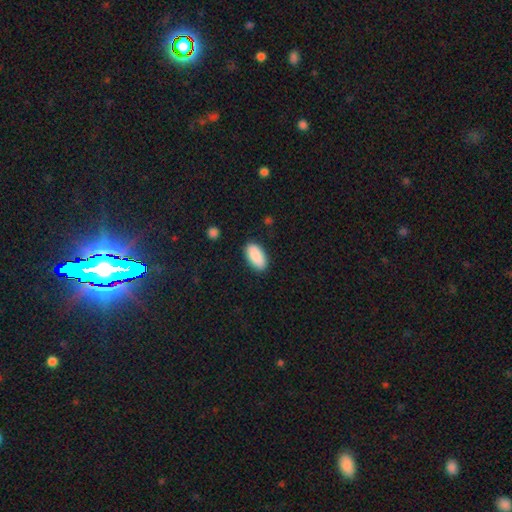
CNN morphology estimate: smooth 90%, star or artifact 6%, featured or disk 3%. Down the decision tree: how rounded — in between (93%); merging — none (88%).